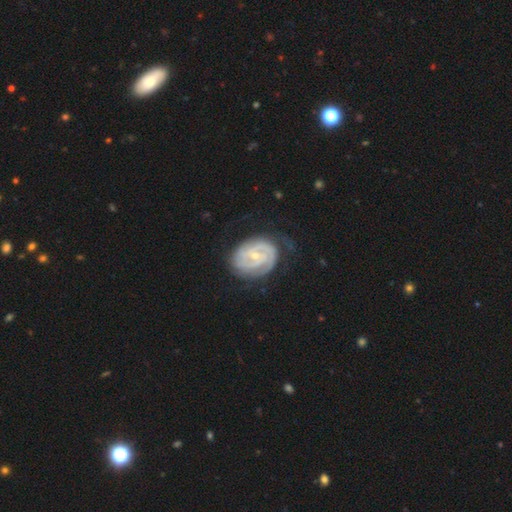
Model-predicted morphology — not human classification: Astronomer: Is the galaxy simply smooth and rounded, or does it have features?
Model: featured or disk — 88%.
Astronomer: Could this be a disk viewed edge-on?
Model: no — 98%.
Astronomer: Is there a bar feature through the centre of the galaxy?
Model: weak — 45% (runner-up: no, 41%).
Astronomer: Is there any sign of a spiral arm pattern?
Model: yes — 97%.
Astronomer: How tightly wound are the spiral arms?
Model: tight — 73%.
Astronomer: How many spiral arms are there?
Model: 2 — 45% (runner-up: 3, 21%).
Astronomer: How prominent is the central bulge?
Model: small — 65%.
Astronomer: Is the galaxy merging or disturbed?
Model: none — 68%.